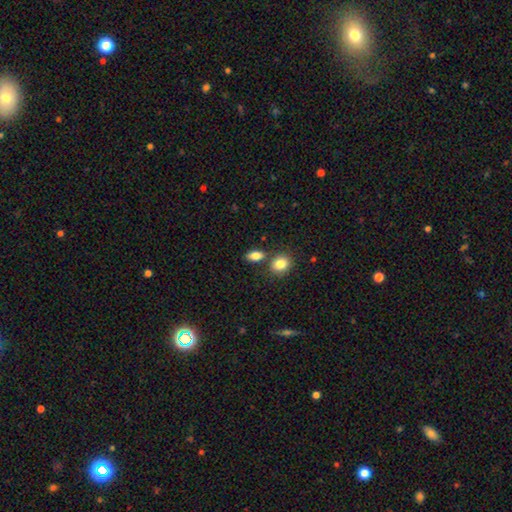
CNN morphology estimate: Smooth or featured?
  - smooth: 85% *
  - star or artifact: 8%
  - featured or disk: 7%
How rounded?
  - in between: 83% *
  - round: 12%
  - cigar-shaped: 5%
Merging?
  - none: 69% *
  - merger: 17%
  - minor disturbance: 10%
  - major disturbance: 3%